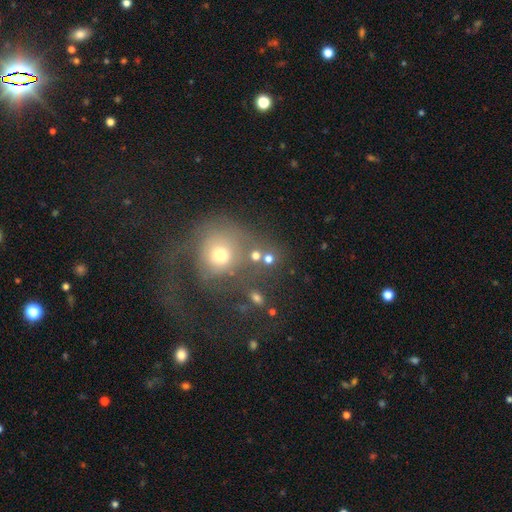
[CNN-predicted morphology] The model was most divided on "merging": none: 56%, merger: 25%, minor disturbance: 11%, major disturbance: 8%. More confident: how rounded — round (82%); smooth or featured — smooth (67%).